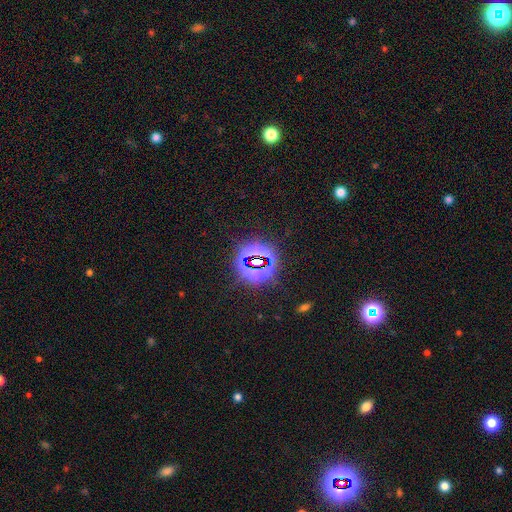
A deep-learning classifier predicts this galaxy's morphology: The model was most divided on "smooth or featured": star or artifact: 79%, smooth: 13%, featured or disk: 8%.